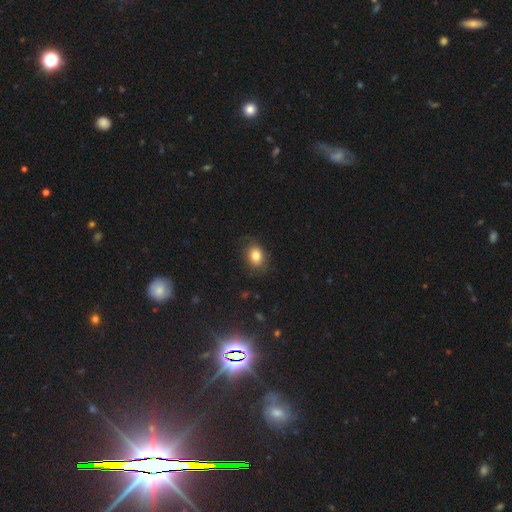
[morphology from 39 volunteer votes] Q: Smooth or featured?
A: smooth (92%); runner-up: star or artifact (5%)
Q: How rounded?
A: in between (78%); runner-up: round (22%)
Q: Merging?
A: none (76%); runner-up: minor disturbance (16%)